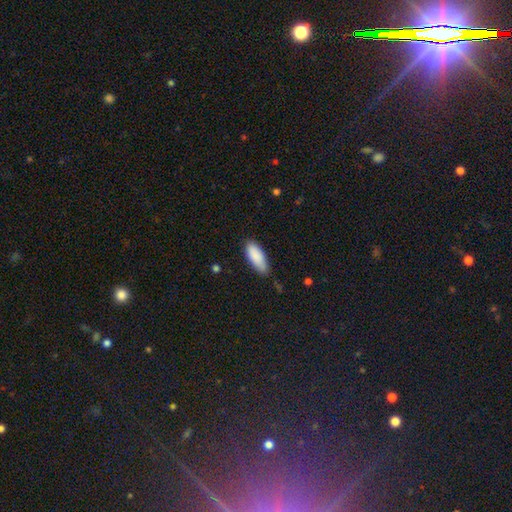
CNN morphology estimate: Smooth or featured? Predicted: smooth (p=0.88). How rounded? Predicted: in between (p=0.77). Merging? Predicted: none (p=0.73).